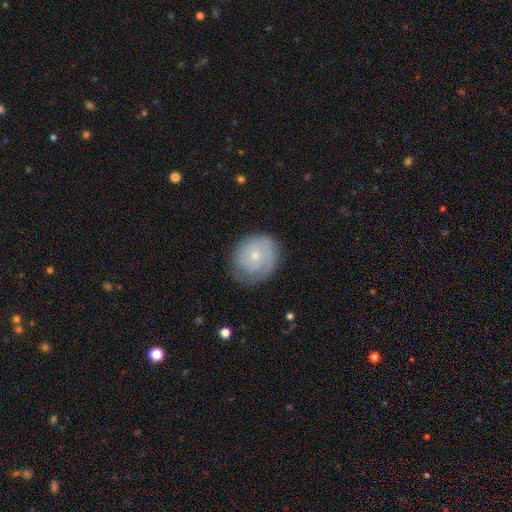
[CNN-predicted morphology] A featured or disk galaxy (59%) with no bar (79%), spiral arms (84%) and a small central bulge (66%). Merging: none (70%).